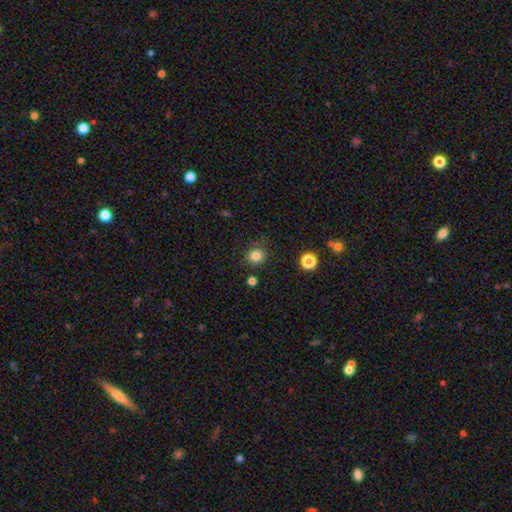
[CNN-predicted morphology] Smooth or featured? Predicted: smooth (p=0.82). How rounded? Predicted: round (p=0.90). Merging? Predicted: none (p=0.82).